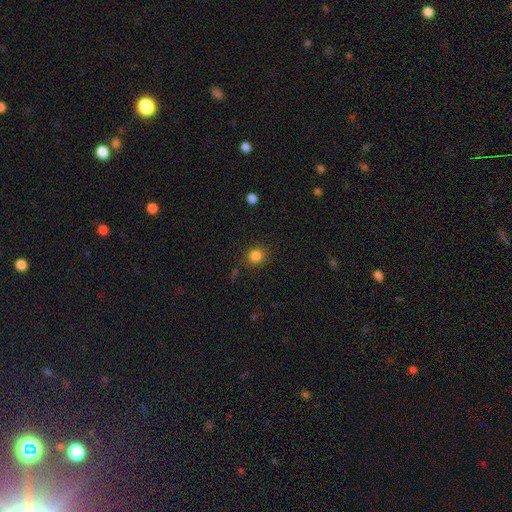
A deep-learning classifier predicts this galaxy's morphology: smooth_or_featured: smooth (p=0.84) [alt: star or artifact p=0.12]
how_rounded: round (p=0.87) [alt: in between p=0.12]
merging: none (p=0.85) [alt: minor disturbance p=0.09]